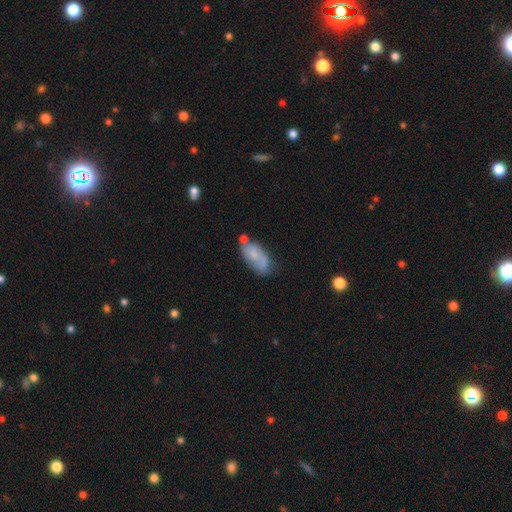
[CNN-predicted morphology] smooth 61%, featured or disk 32%, star or artifact 8%. Down the decision tree: how rounded — in between (90%); merging — none (42%).